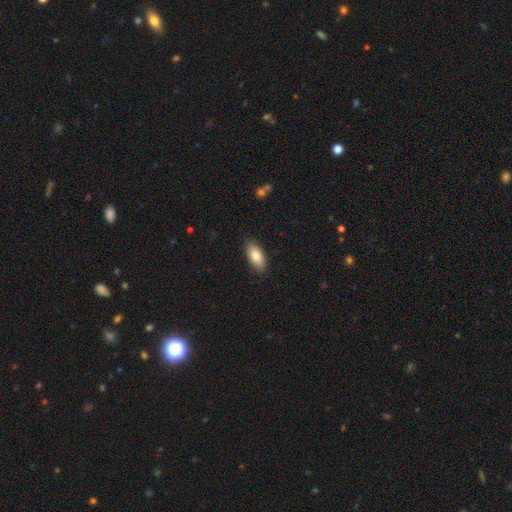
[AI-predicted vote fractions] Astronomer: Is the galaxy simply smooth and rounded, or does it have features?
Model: smooth — 82%.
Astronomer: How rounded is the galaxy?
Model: in between — 86%.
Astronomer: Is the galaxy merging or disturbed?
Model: none — 87%.